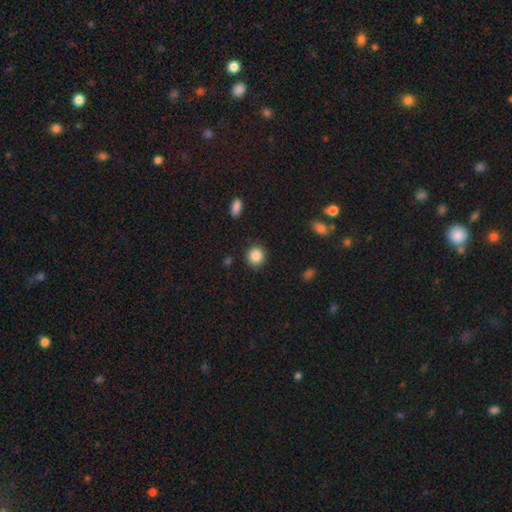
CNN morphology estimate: A smooth galaxy with no disk features (87%) that is round (88%). Merging: none (88%).